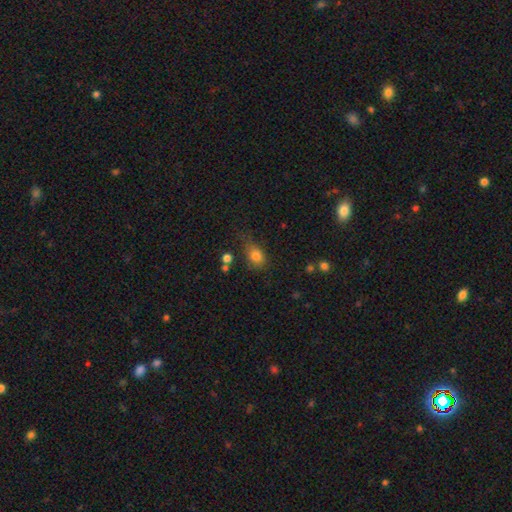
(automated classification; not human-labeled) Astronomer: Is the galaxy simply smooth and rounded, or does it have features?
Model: smooth — 80%.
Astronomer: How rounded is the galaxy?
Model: in between — 63%.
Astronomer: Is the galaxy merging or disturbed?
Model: none — 54% (runner-up: minor disturbance, 30%).